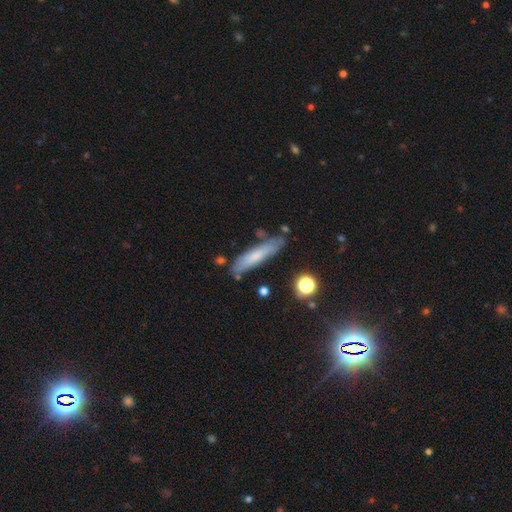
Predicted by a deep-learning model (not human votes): Morphology: type=smooth (57%); roundness=cigar-shaped (84%); merging=none (74%).